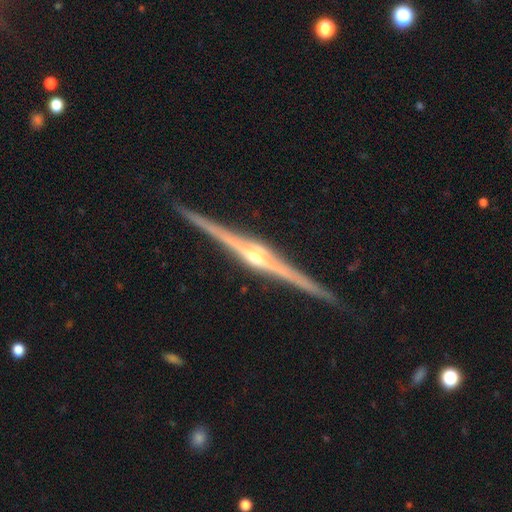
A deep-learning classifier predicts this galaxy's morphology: Smooth or featured: featured or disk — 90% (smooth — 5%)
Edge-on disk: yes — 99% (no — 1%)
Edge-on bulge: rounded — 91% (boxy — 5%)
Merging: none — 90% (minor disturbance — 7%)